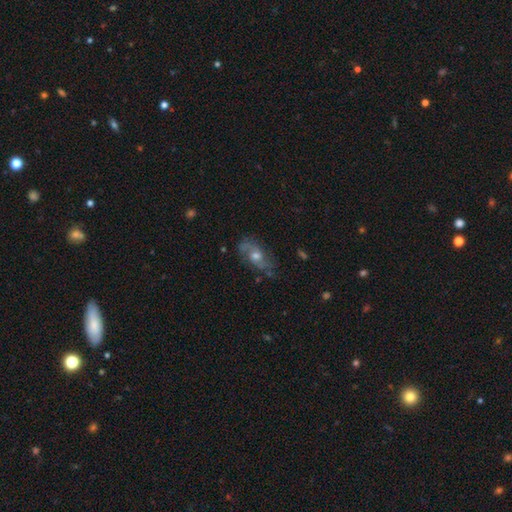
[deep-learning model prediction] The model was most divided on "spiral winding": medium: 44%, loose: 38%, tight: 17%. More confident: edge-on disk — no (93%); spiral arms — yes (89%); spiral arm count — 2 (78%); smooth or featured — featured or disk (73%); merging — none (69%); bar — no (65%); bulge size — moderate (65%).